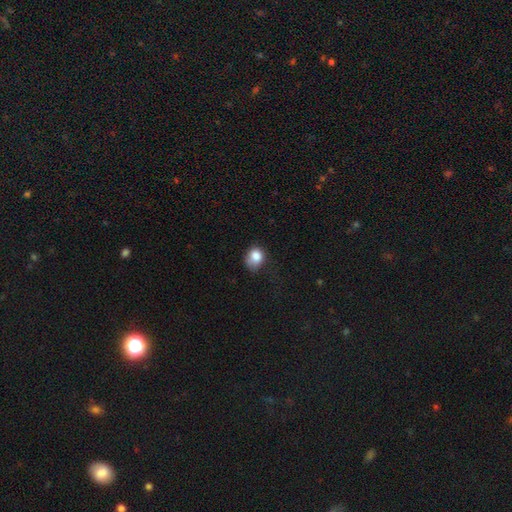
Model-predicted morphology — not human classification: This appears to be a smooth galaxy with no disk features (82%) that is round (52%). Merging: none (44%).